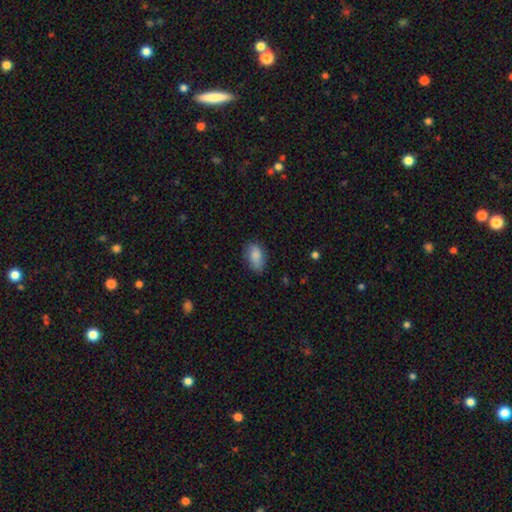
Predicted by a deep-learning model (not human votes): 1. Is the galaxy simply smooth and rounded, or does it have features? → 85% smooth, 8% featured or disk, 7% star or artifact.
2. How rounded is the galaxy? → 91% in between, 6% round, 3% cigar-shaped.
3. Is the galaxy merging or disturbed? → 74% none, 21% minor disturbance, 4% major disturbance, 1% merger.